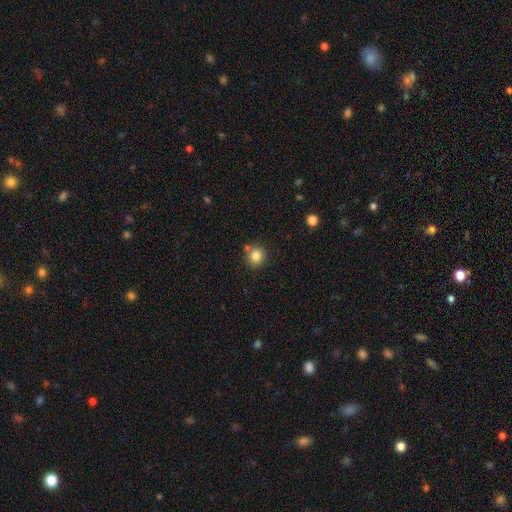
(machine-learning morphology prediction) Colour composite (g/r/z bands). It shows a smooth galaxy with no disk features (84%) that is round (84%). Merging: none (77%).